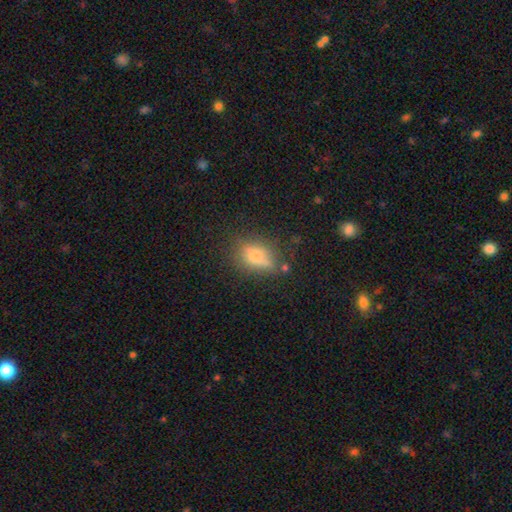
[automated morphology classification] A smooth galaxy with no disk features (55%) that is in between round and cigar-shaped (69%).

Vote fractions:
- Smooth or featured? smooth: 55% / featured or disk: 32% / star or artifact: 13%
- How rounded? in between: 69% / round: 19% / cigar-shaped: 11%
- Merging? none: 61% / minor disturbance: 24% / major disturbance: 9% / merger: 6%